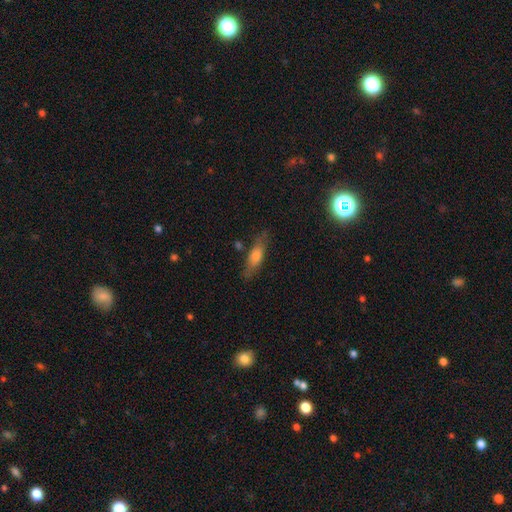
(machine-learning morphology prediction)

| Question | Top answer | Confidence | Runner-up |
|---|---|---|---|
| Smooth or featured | smooth | 56% | featured or disk (33%) |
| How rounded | cigar-shaped | 57% | in between (40%) |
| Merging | none | 75% | minor disturbance (17%) |